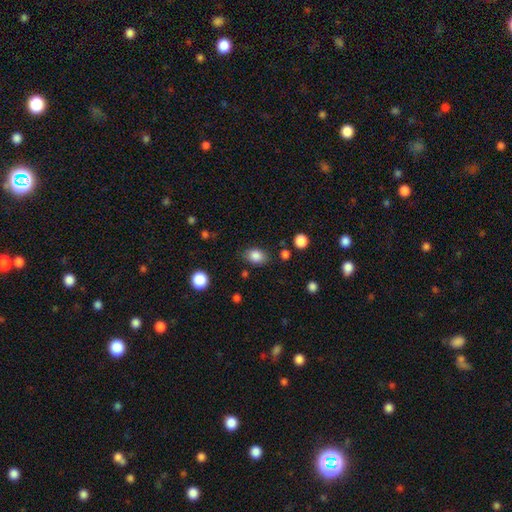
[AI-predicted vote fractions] smooth 85%, star or artifact 9%, featured or disk 6%. Down the decision tree: how rounded — in between (74%); merging — none (79%).